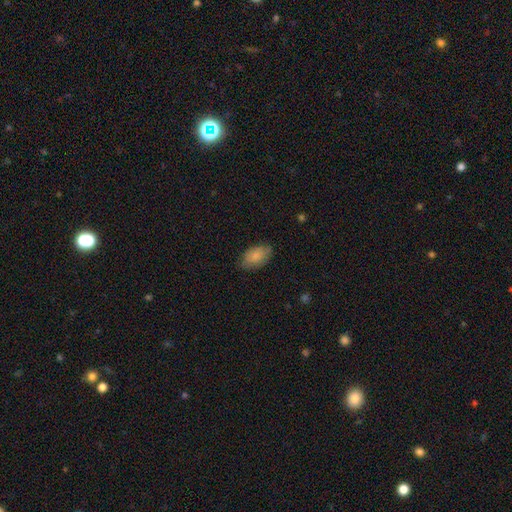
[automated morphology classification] Overall: smooth (82%). How rounded: in between (93%). Merging: none (76%).